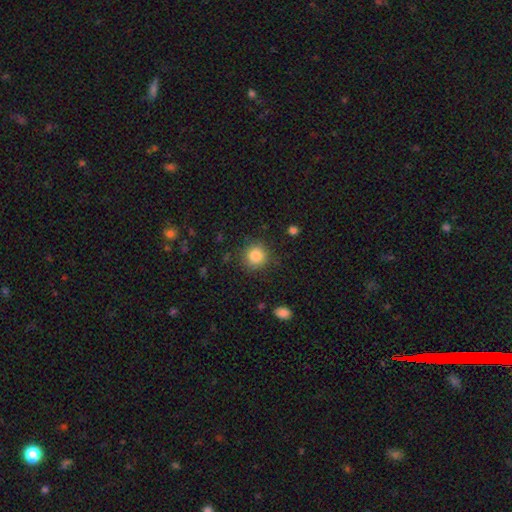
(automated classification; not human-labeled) A smooth galaxy with no disk features (84%) that is round (92%). Merging: none (87%).